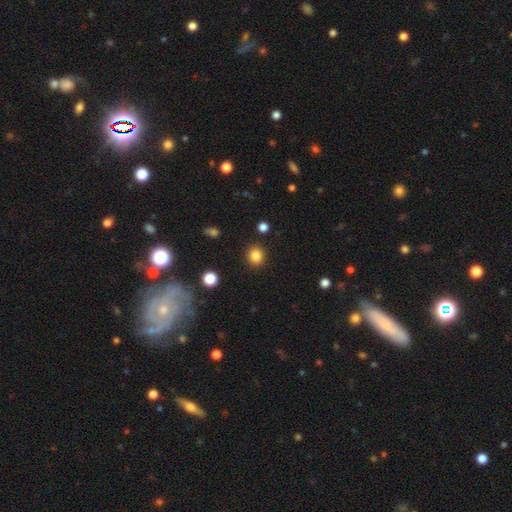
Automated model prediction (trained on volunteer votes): Q: Smooth or featured?
A: smooth (84%); runner-up: star or artifact (11%)
Q: How rounded?
A: round (75%); runner-up: in between (24%)
Q: Merging?
A: none (89%); runner-up: minor disturbance (7%)